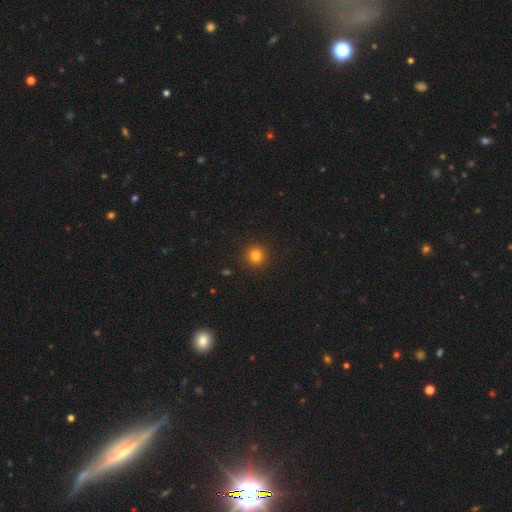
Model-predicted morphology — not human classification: A smooth galaxy with no disk features (81%) that is round (93%). Merging: none (92%).